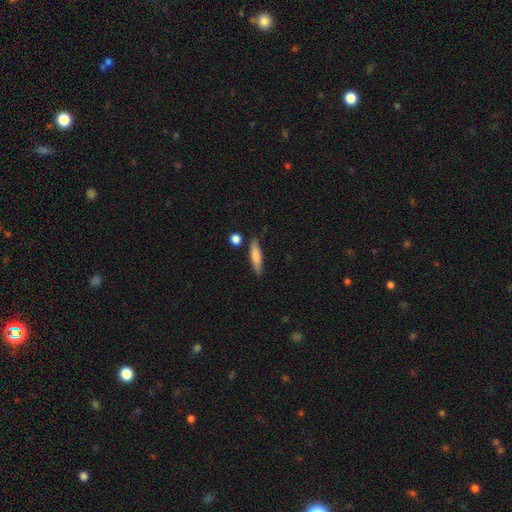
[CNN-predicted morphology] A smooth galaxy with no disk features (75%) that is cigar-shaped (79%). Merging: none (81%).